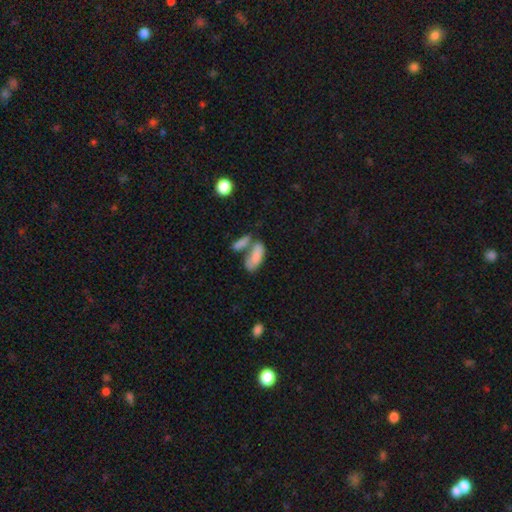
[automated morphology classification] smooth_or_featured: smooth (p=0.77) [alt: featured or disk p=0.15]
how_rounded: in between (p=0.80) [alt: cigar-shaped p=0.17]
merging: merger (p=0.49) [alt: none p=0.30]